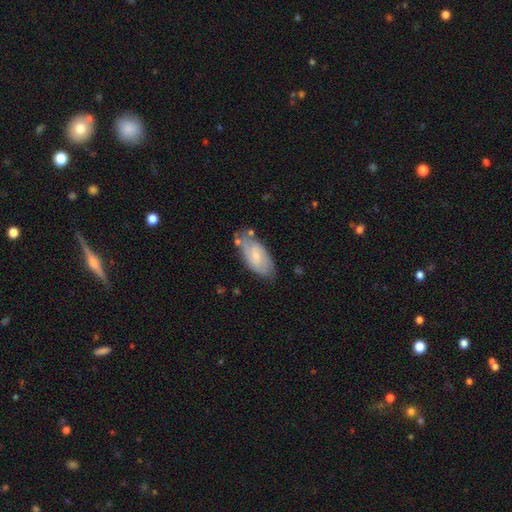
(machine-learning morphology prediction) smooth-or-featured: featured or disk: 48% | smooth: 46% | star or artifact: 6%
  merging: none: 64% | minor disturbance: 24% | major disturbance: 6% | merger: 5%